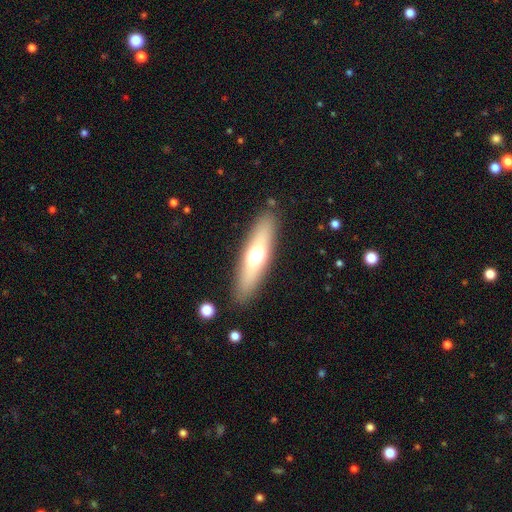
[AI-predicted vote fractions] Smooth or featured?
  - smooth: 56% *
  - featured or disk: 37%
  - star or artifact: 7%
How rounded?
  - cigar-shaped: 63% *
  - in between: 35%
  - round: 2%
Merging?
  - none: 87% *
  - minor disturbance: 8%
  - major disturbance: 3%
  - merger: 2%